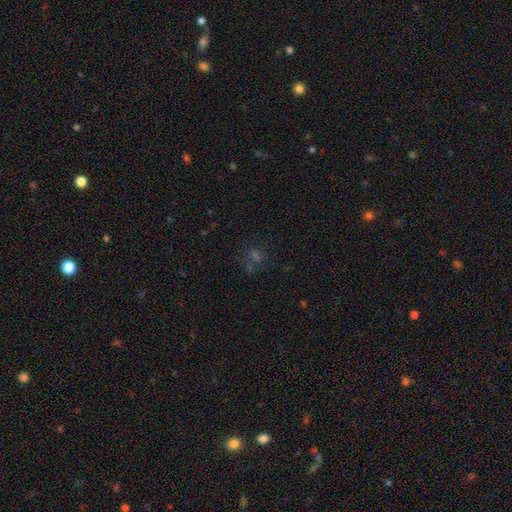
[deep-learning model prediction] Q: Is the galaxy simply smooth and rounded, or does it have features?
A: star or artifact — 45%.